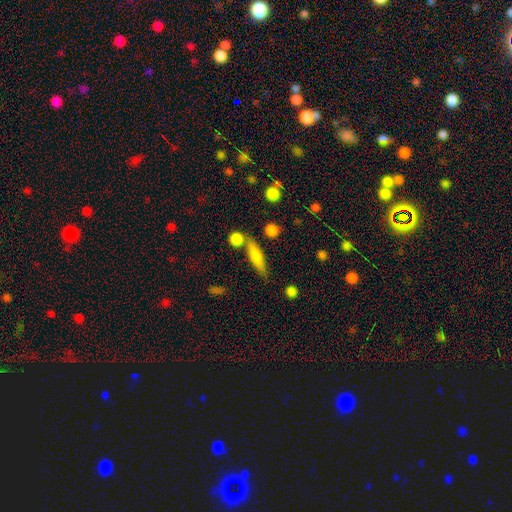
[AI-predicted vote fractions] Smooth or featured: smooth — 71% (featured or disk — 21%)
How rounded: cigar-shaped — 68% (in between — 27%)
Merging: none — 67% (merger — 15%)